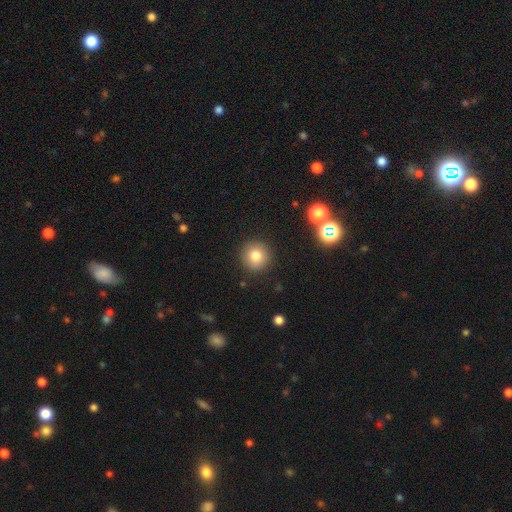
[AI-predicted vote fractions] A smooth galaxy with no disk features (79%) that is round (94%).

Vote fractions:
- Smooth or featured? smooth: 79% / star or artifact: 12% / featured or disk: 9%
- How rounded? round: 94% / in between: 5% / cigar-shaped: 1%
- Merging? none: 90% / minor disturbance: 6% / major disturbance: 2% / merger: 2%